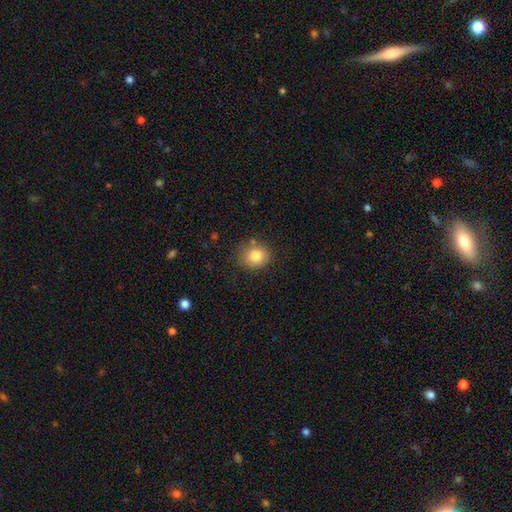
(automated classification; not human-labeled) Overall: smooth (81%). How rounded: round (77%). Merging: none (78%).